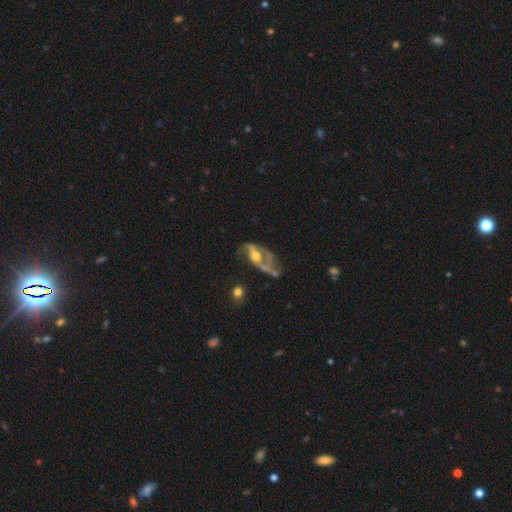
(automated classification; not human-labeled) This appears to be a featured or disk galaxy (73%) with no bar (55%), spiral arms (68%) and a moderate central bulge (60%). Merging: major disturbance (42%).